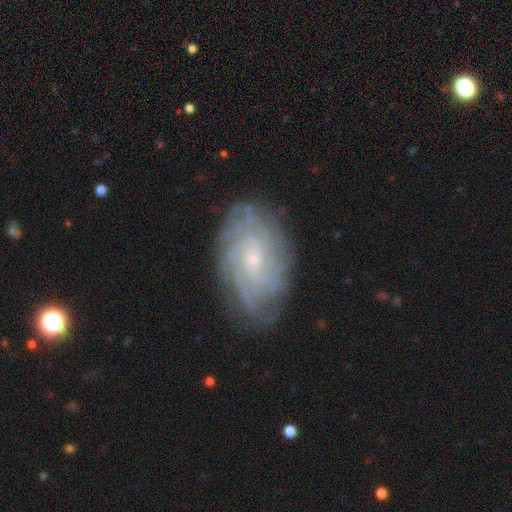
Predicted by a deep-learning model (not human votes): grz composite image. It shows a featured or disk galaxy (79%) with no bar (53%), tight (71%) spiral arms (95%) and a small central bulge (68%). Merging: none (80%).